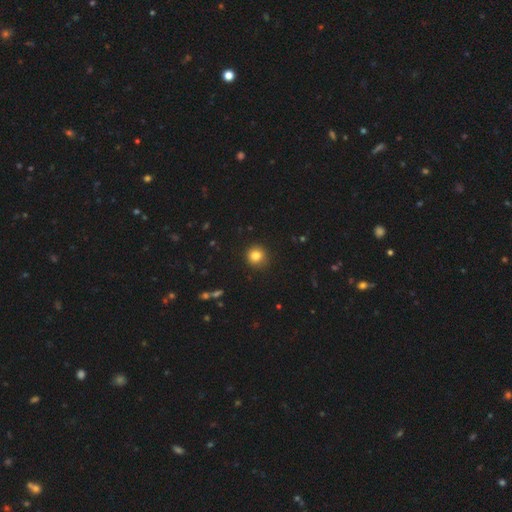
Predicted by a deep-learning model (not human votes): Morphology: type=smooth (82%); roundness=round (92%); merging=none (90%).